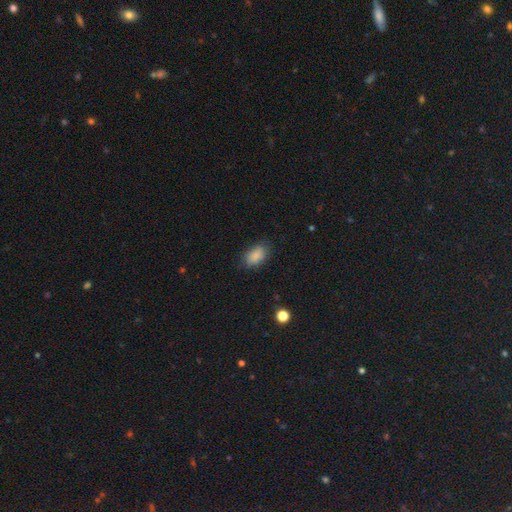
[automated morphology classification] Smooth or featured?
  - smooth: 85% *
  - star or artifact: 8%
  - featured or disk: 7%
How rounded?
  - in between: 90% *
  - round: 8%
  - cigar-shaped: 2%
Merging?
  - none: 77% *
  - minor disturbance: 17%
  - major disturbance: 4%
  - merger: 1%